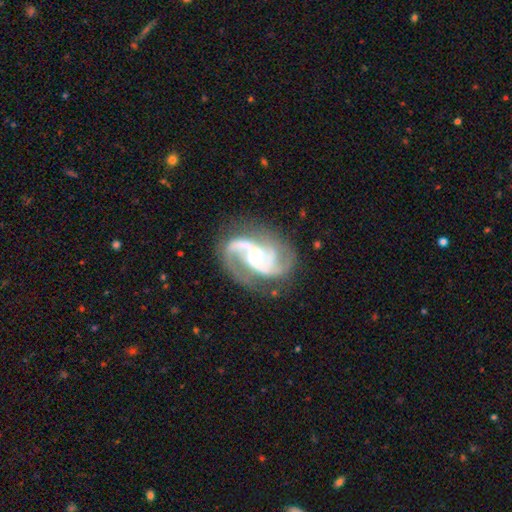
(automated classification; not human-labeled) Q: Smooth or featured?
A: featured or disk (91%); runner-up: star or artifact (5%)
Q: Edge-on disk?
A: no (98%); runner-up: yes (2%)
Q: Bar?
A: no (51%); runner-up: weak (35%)
Q: Spiral arms?
A: yes (98%); runner-up: no (2%)
Q: Spiral winding?
A: medium (56%); runner-up: tight (24%)
Q: Spiral arm count?
A: 2 (58%); runner-up: 3 (26%)
Q: Bulge size?
A: small (46%); tied with: moderate (46%)
Q: Merging?
A: none (68%); runner-up: minor disturbance (17%)